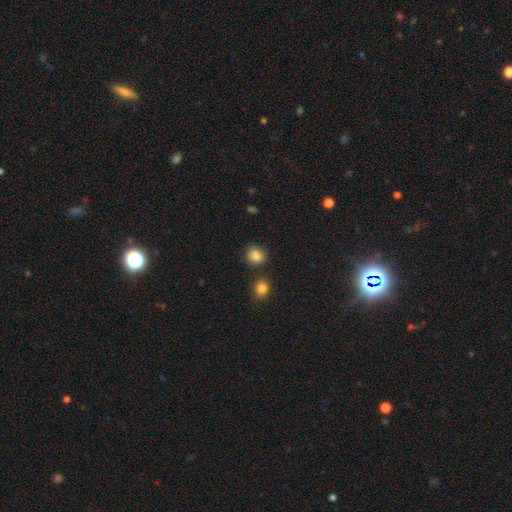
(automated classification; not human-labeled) The model was most divided on "how rounded": round: 68%, in between: 31%, cigar-shaped: 1%. More confident: smooth or featured — smooth (85%); merging — none (75%).